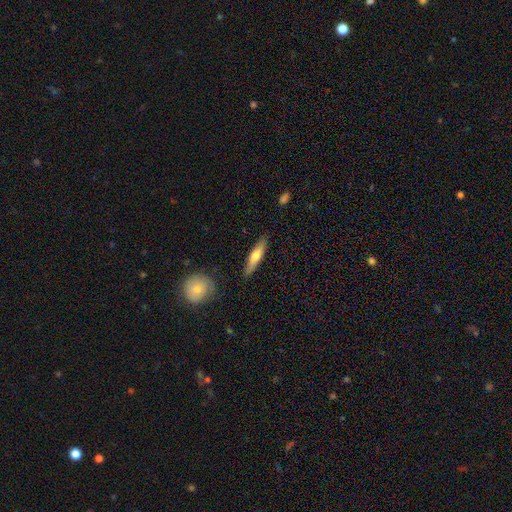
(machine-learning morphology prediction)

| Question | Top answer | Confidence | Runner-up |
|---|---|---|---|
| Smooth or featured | smooth | 59% | featured or disk (36%) |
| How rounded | cigar-shaped | 82% | in between (17%) |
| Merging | none | 87% | minor disturbance (10%) |